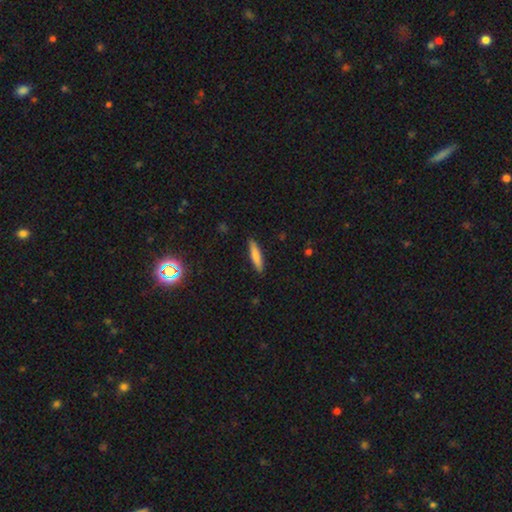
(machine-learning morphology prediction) Smooth or featured: smooth — 77% (featured or disk — 17%)
How rounded: cigar-shaped — 83% (in between — 15%)
Merging: none — 89% (minor disturbance — 8%)